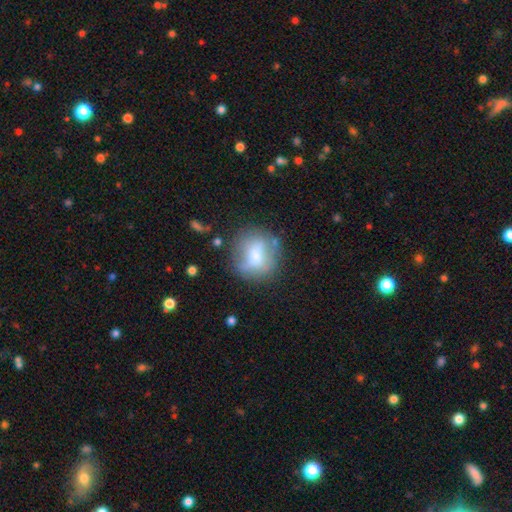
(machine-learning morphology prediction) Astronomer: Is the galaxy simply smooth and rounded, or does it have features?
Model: smooth — 58%.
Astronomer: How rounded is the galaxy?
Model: round — 84%.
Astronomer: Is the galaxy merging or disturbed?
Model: none — 72%.